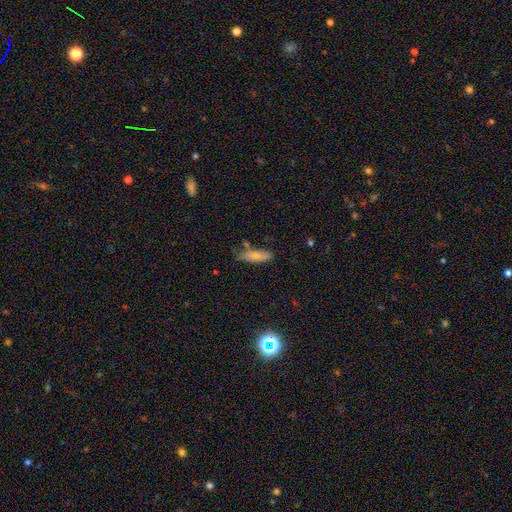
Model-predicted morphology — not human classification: Smooth or featured? smooth (75%)
How rounded? in between (56%)
Merging? none (68%)